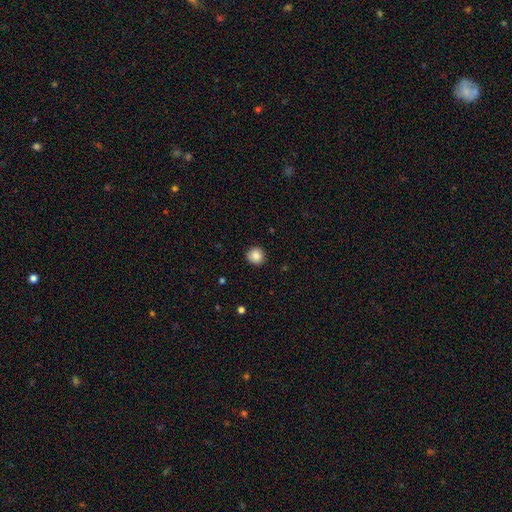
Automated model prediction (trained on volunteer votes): This appears to be a smooth galaxy with no disk features (87%) that is round (92%). Merging: none (91%).